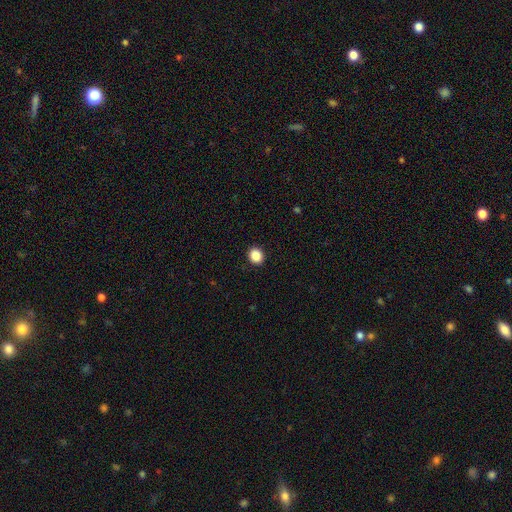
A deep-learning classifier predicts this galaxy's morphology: smooth-or-featured: smooth: 88% | star or artifact: 9% | featured or disk: 3%
  how-rounded: round: 73% | in between: 26% | cigar-shaped: 1%
  merging: none: 92% | minor disturbance: 5% | major disturbance: 2% | merger: 1%